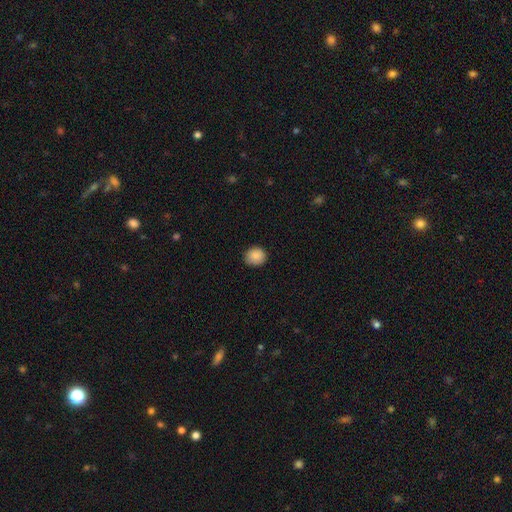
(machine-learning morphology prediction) Overall: smooth (87%). How rounded: round (79%). Merging: none (86%).